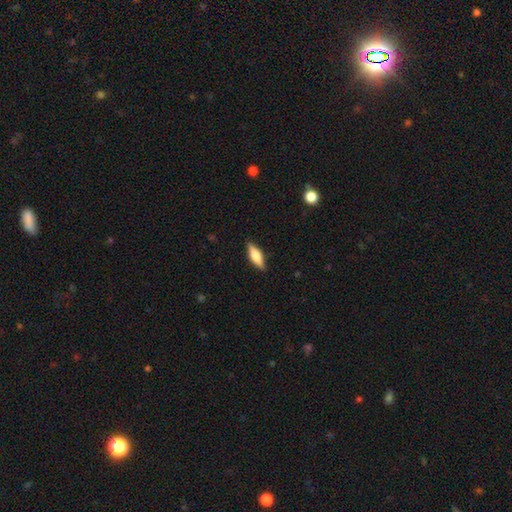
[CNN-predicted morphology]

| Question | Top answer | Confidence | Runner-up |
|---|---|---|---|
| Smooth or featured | smooth | 55% | featured or disk (39%) |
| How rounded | in between | 52% | cigar-shaped (45%) |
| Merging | none | 87% | minor disturbance (10%) |